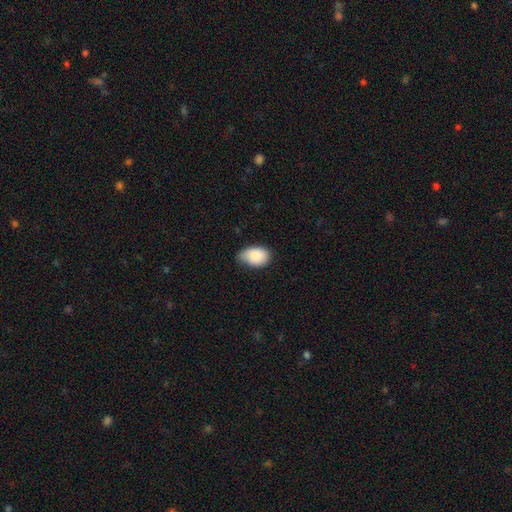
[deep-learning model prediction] Smooth or featured? smooth (87%)
How rounded? in between (85%)
Merging? none (47%)